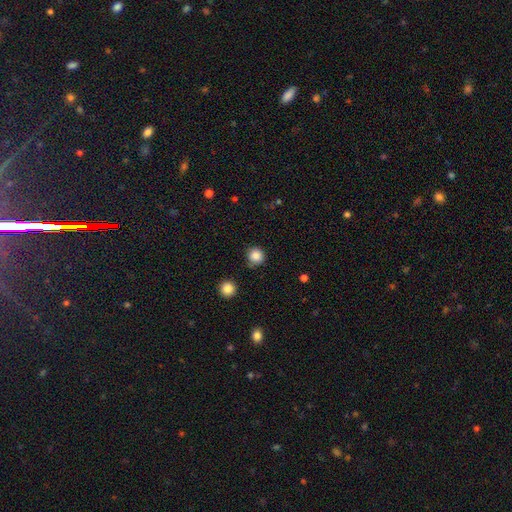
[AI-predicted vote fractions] Q: Smooth or featured?
A: smooth (86%); runner-up: star or artifact (11%)
Q: How rounded?
A: round (94%); runner-up: in between (5%)
Q: Merging?
A: none (84%); runner-up: minor disturbance (10%)